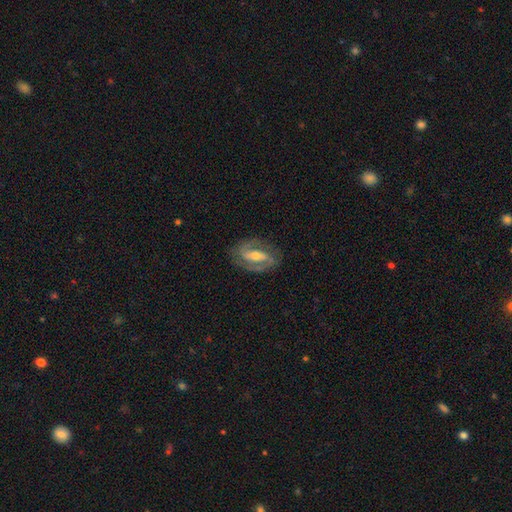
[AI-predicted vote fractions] Smooth or featured: featured or disk — 84% (smooth — 11%)
Edge-on disk: no — 95% (yes — 5%)
Bar: strong — 50% (weak — 32%)
Spiral arms: yes — 91% (no — 9%)
Spiral winding: medium — 47% (tight — 38%)
Spiral arm count: 2 — 89% (can't tell — 5%)
Bulge size: moderate — 55% (small — 39%)
Merging: none — 82% (minor disturbance — 12%)